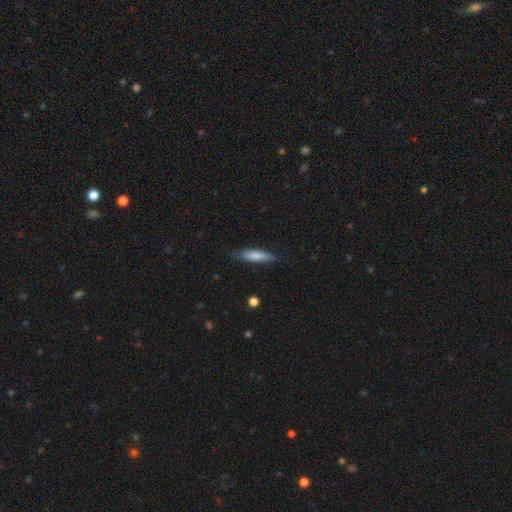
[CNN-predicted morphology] Smooth or featured?
  - smooth: 78% *
  - featured or disk: 16%
  - star or artifact: 6%
How rounded?
  - cigar-shaped: 71% *
  - in between: 27%
  - round: 2%
Merging?
  - none: 76% *
  - minor disturbance: 20%
  - major disturbance: 4%
  - merger: 1%